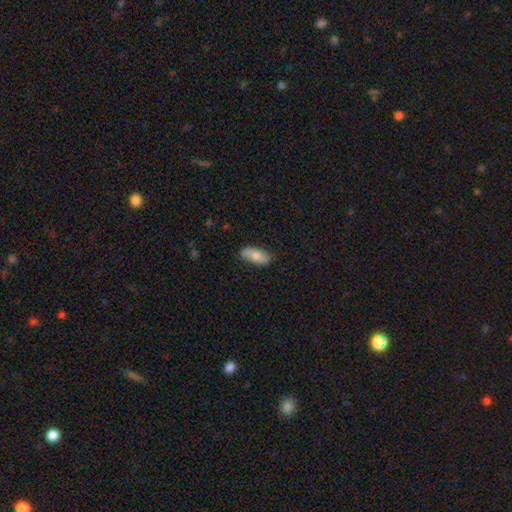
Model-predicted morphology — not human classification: smooth_or_featured: smooth (p=0.72) [alt: featured or disk p=0.22]
how_rounded: in between (p=0.81) [alt: cigar-shaped p=0.17]
merging: none (p=0.81) [alt: minor disturbance p=0.15]